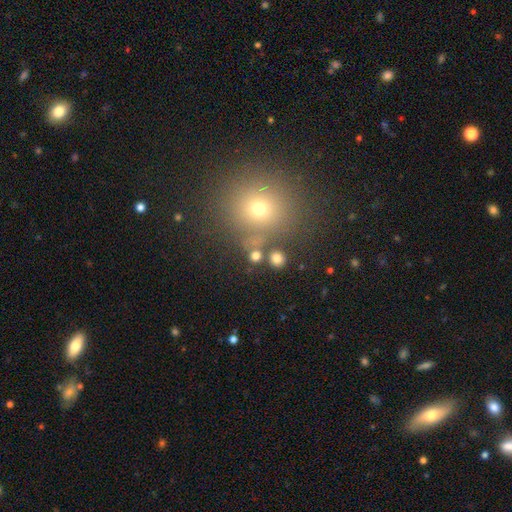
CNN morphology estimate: Smooth or featured: smooth — 75% (star or artifact — 17%)
How rounded: round — 87% (in between — 11%)
Merging: none — 75% (merger — 12%)